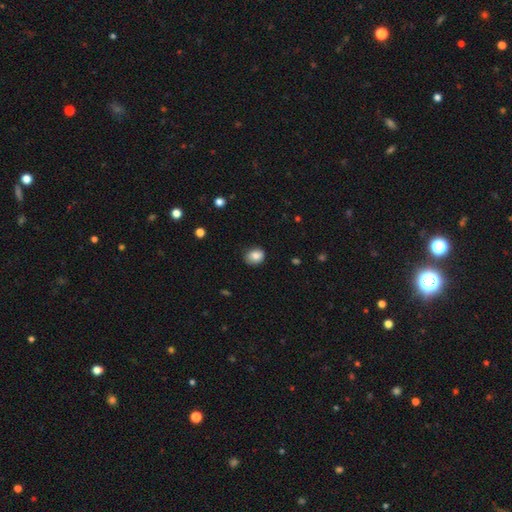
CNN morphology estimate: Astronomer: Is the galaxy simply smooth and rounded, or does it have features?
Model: smooth — 85%.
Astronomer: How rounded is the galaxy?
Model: round — 54% (runner-up: in between, 45%).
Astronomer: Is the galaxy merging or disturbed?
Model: none — 77%.